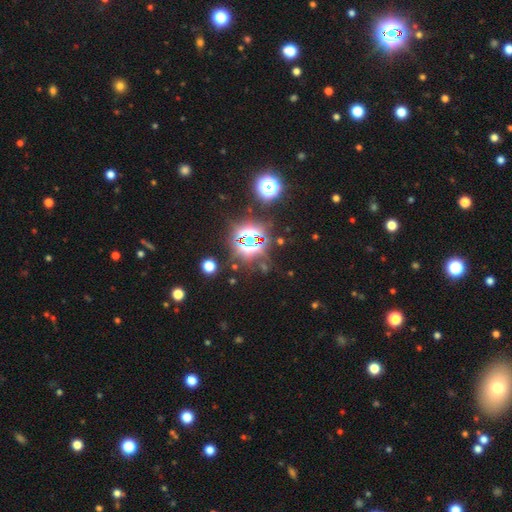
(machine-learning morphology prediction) star or artifact 79%, smooth 15%, featured or disk 6%.